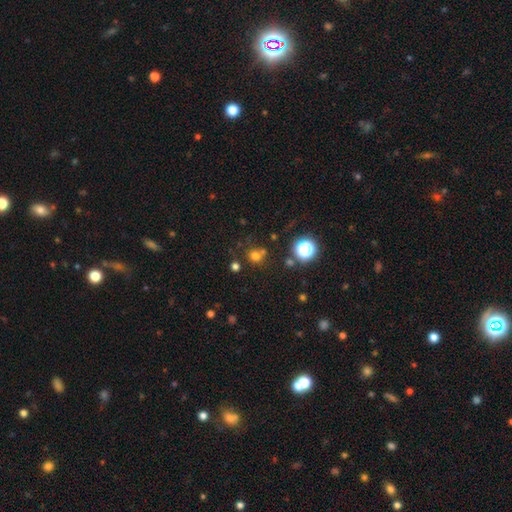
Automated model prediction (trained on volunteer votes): The model was most divided on "smooth or featured": smooth: 67%, star or artifact: 25%, featured or disk: 8%. More confident: how rounded — round (87%); merging — none (67%).